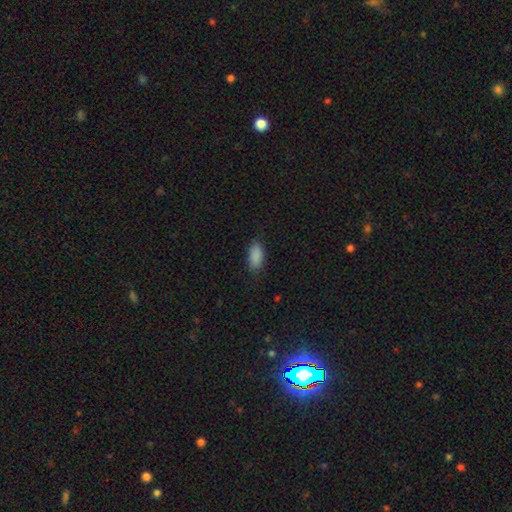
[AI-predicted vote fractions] Smooth or featured? Predicted: smooth (p=0.90). How rounded? Predicted: in between (p=0.91). Merging? Predicted: none (p=0.85).